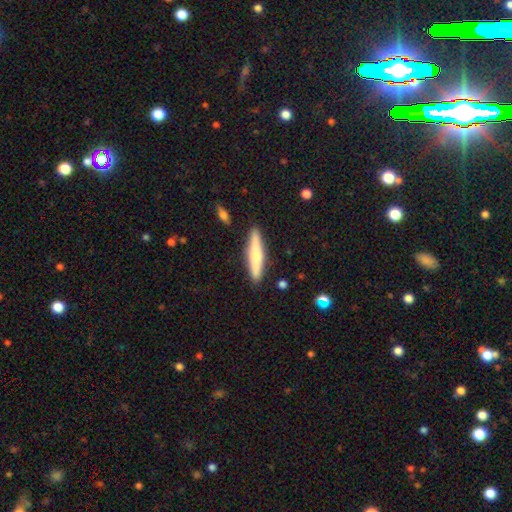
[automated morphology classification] smooth-or-featured: smooth: 51% | featured or disk: 44% | star or artifact: 6%
  how-rounded: cigar-shaped: 87% | in between: 12% | round: 2%
  merging: none: 88% | minor disturbance: 8% | merger: 2% | major disturbance: 2%